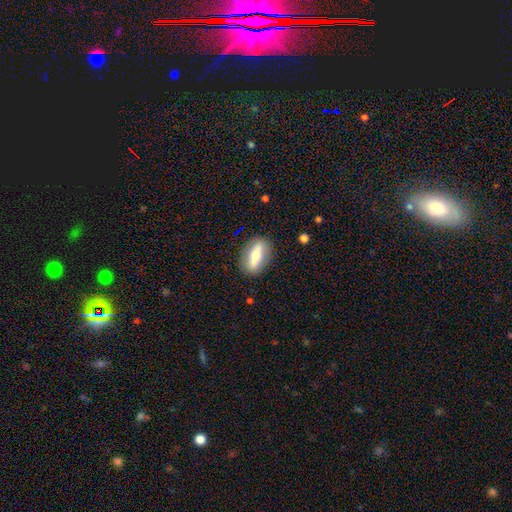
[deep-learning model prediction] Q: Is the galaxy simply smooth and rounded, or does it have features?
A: smooth — 51%.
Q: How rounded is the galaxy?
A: in between — 69%.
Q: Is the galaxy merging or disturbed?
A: none — 85%.